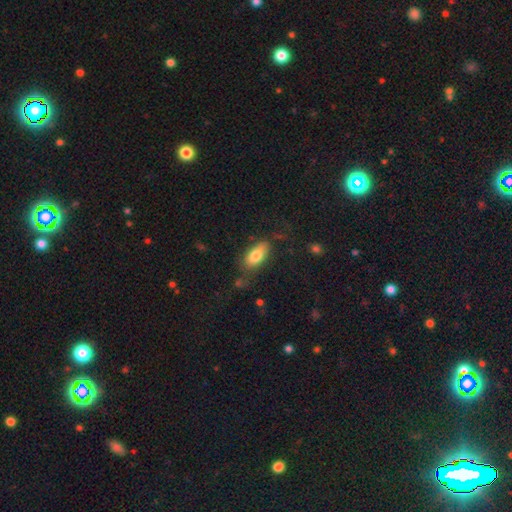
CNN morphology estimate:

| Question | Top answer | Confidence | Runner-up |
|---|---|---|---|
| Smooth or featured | smooth | 78% | featured or disk (16%) |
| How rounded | in between | 87% | cigar-shaped (10%) |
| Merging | none | 65% | minor disturbance (23%) |